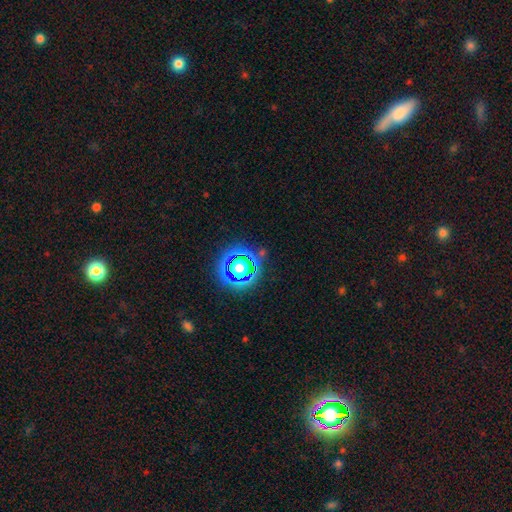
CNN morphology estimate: Overall: star or artifact (77%).